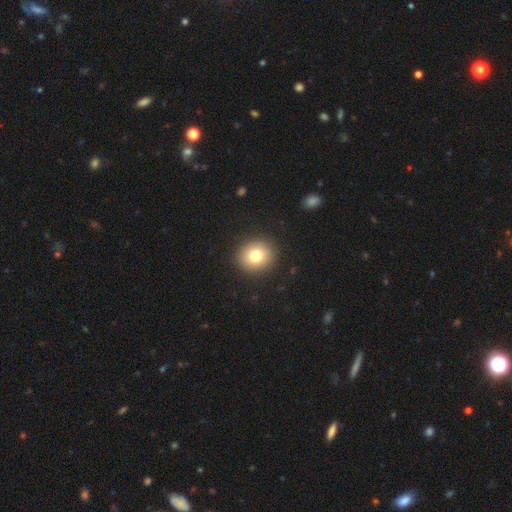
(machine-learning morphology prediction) smooth-or-featured: smooth: 79% | featured or disk: 10% | star or artifact: 10%
  how-rounded: round: 82% | in between: 17% | cigar-shaped: 1%
  merging: none: 90% | minor disturbance: 6% | major disturbance: 2% | merger: 1%